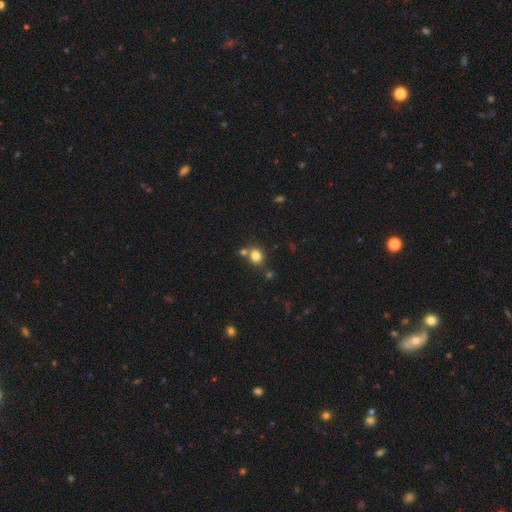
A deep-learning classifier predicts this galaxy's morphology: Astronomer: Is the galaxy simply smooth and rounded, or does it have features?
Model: smooth — 80%.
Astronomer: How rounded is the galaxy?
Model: round — 78%.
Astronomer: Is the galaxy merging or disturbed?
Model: none — 65%.